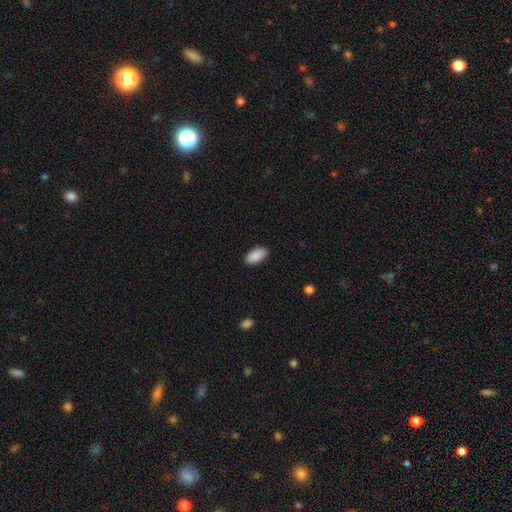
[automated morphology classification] A smooth galaxy with no disk features (90%) that is in between round and cigar-shaped (95%). Merging: none (87%).